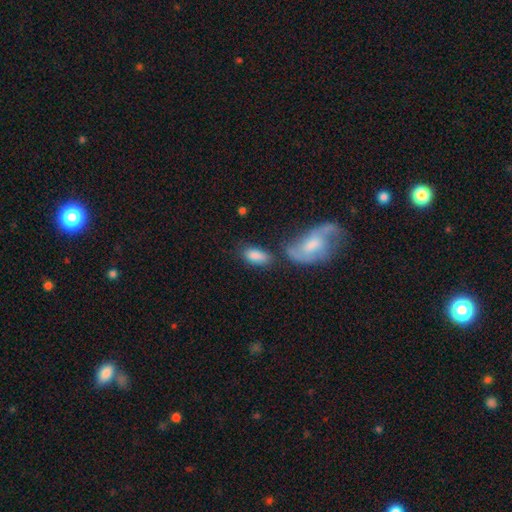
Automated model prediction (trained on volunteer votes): This appears to be a smooth galaxy with no disk features (85%) that is in between round and cigar-shaped (89%). Merging: none (57%).